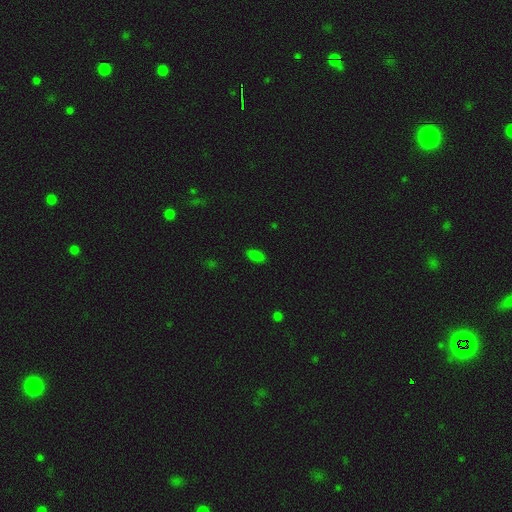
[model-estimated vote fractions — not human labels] A smooth galaxy with no disk features (83%) that is in between round and cigar-shaped (90%). Merging: none (87%).